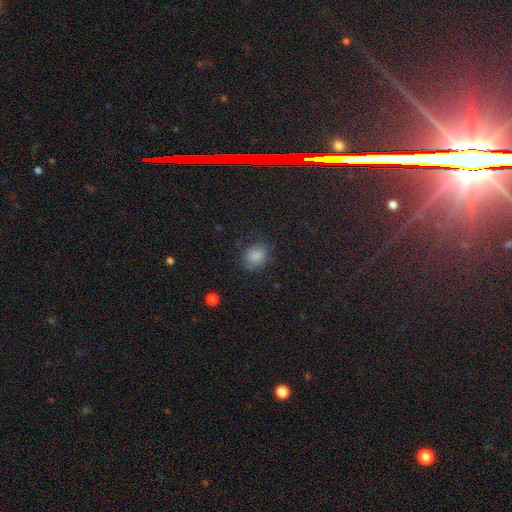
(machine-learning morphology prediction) type=smooth (82%); roundness=round (55%); merging=none (71%).